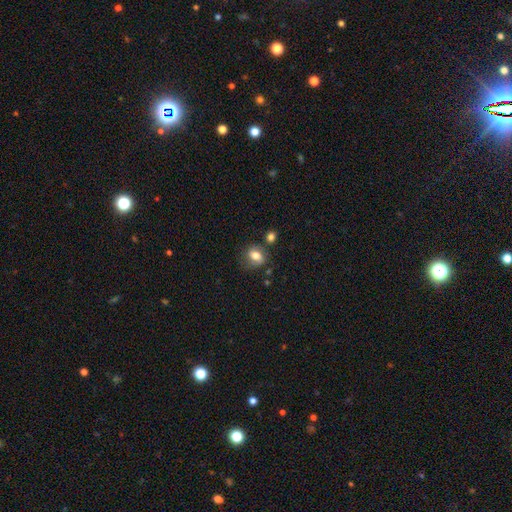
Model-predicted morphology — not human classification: A smooth galaxy with no disk features (71%) that is in between round and cigar-shaped (54%). Merging: none (62%).